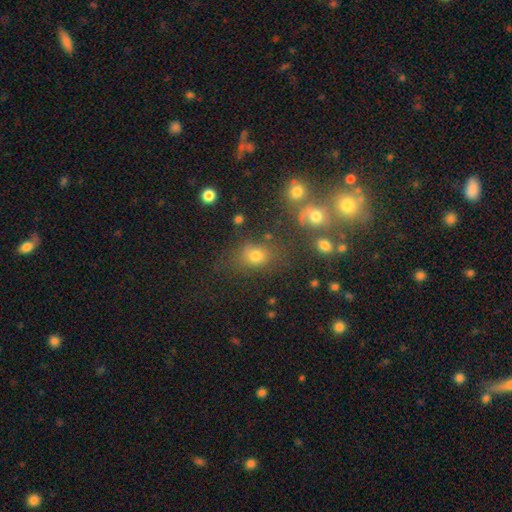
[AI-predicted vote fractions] Q: Smooth or featured?
A: smooth (70%); runner-up: star or artifact (20%)
Q: How rounded?
A: round (56%); runner-up: in between (43%)
Q: Merging?
A: none (70%); runner-up: minor disturbance (14%)